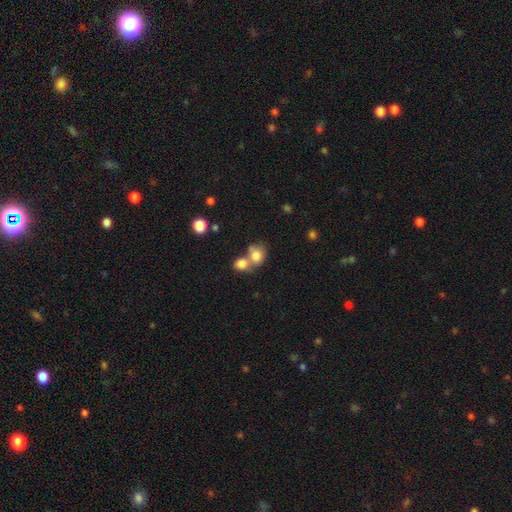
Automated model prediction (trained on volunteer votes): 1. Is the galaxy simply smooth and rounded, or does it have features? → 80% smooth, 11% featured or disk, 9% star or artifact.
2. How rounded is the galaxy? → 60% round, 39% in between, 1% cigar-shaped.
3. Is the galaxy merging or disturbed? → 57% merger, 31% none, 8% minor disturbance, 4% major disturbance.